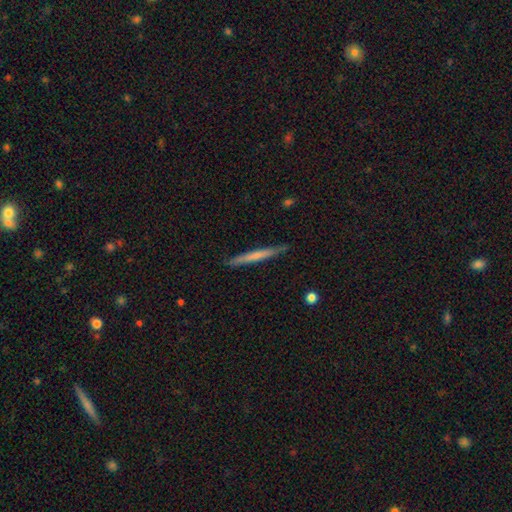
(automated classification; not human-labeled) This is possibly a smooth galaxy (56%). How rounded: clearly cigar-shaped (97%). Merging: clearly none (87%).